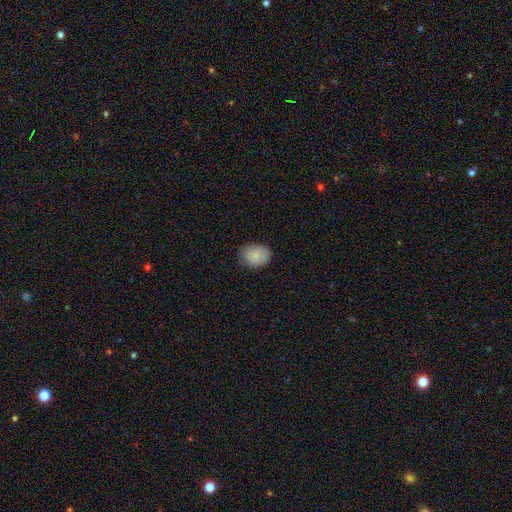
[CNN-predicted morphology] The model was most divided on "how rounded": in between: 62%, round: 37%, cigar-shaped: 1%. More confident: smooth or featured — smooth (87%); merging — none (80%).